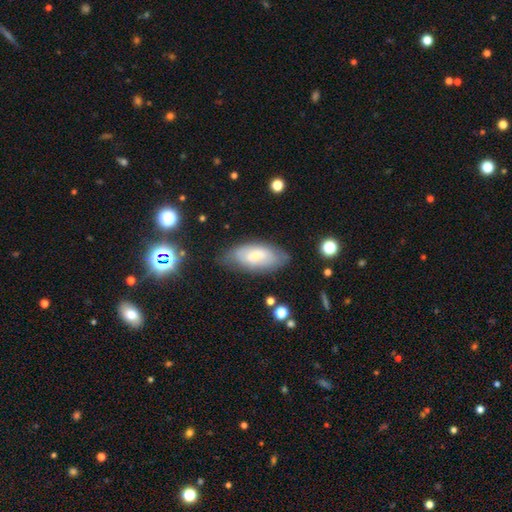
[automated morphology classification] type=smooth (55%); roundness=in between (89%); merging=none (69%).